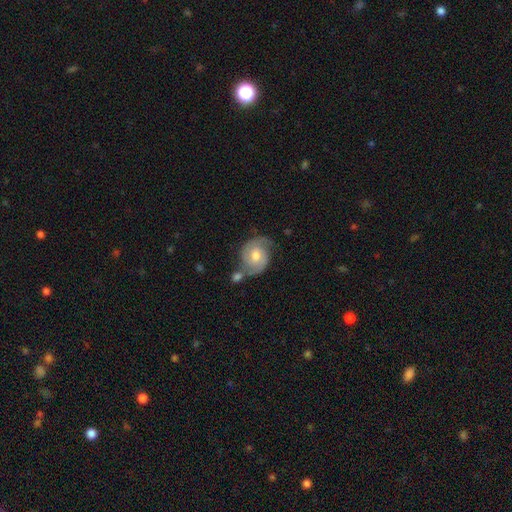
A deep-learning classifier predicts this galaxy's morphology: featured or disk 73%, smooth 21%, star or artifact 6%. Down the decision tree: edge-on disk — no (97%); bar — no (59%); spiral arms — yes (93%); spiral arm count — 2 (87%); spiral winding — medium (45%); bulge size — moderate (71%); merging — none (51%).